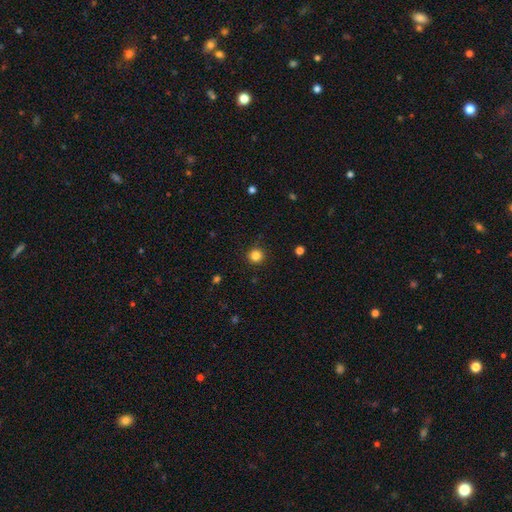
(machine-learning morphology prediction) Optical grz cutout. It shows a smooth galaxy with no disk features (84%) that is round (95%). Merging: none (91%).